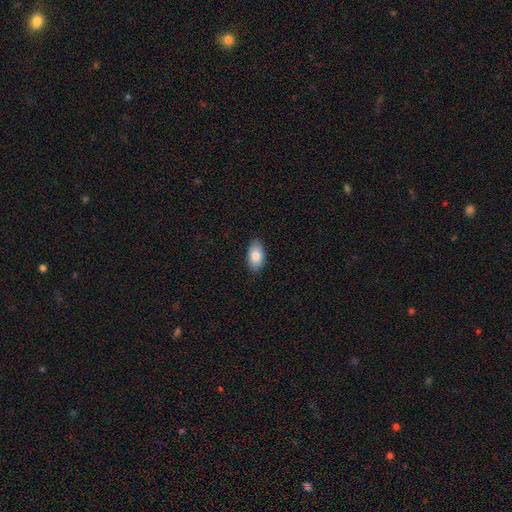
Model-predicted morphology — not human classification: This is clearly a smooth galaxy (83%). How rounded: clearly in between (94%). Merging: clearly none (87%).